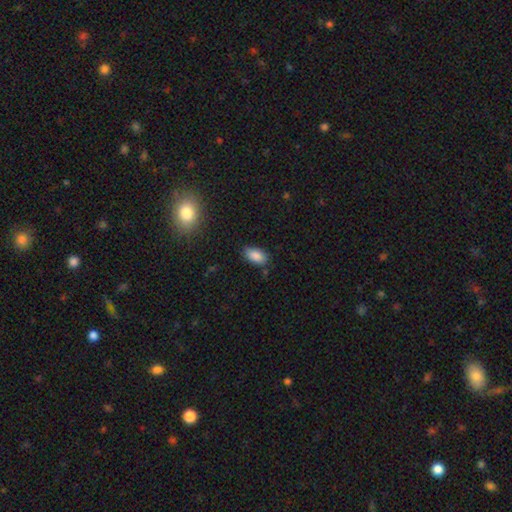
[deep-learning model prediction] This is clearly a smooth galaxy (87%). How rounded: clearly in between (93%). Merging: likely none (77%).